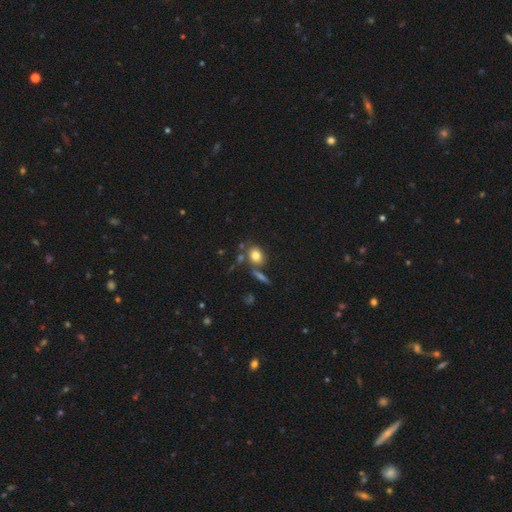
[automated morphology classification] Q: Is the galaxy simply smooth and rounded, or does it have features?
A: smooth — 78%.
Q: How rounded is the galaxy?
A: round — 51%.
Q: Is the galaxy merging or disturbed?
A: none — 63%.